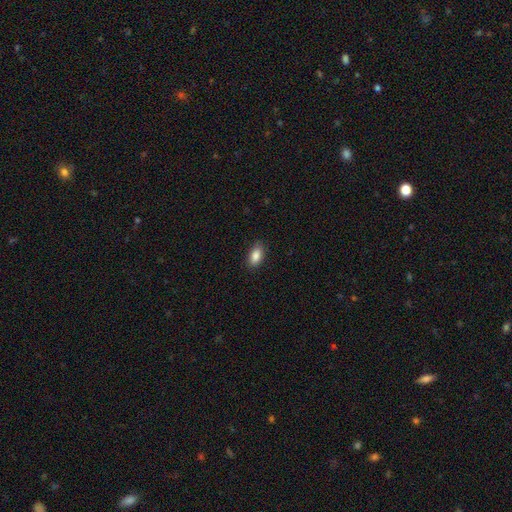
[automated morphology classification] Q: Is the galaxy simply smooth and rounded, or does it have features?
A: smooth — 87%.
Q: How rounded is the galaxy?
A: in between — 91%.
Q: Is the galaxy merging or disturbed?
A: none — 86%.